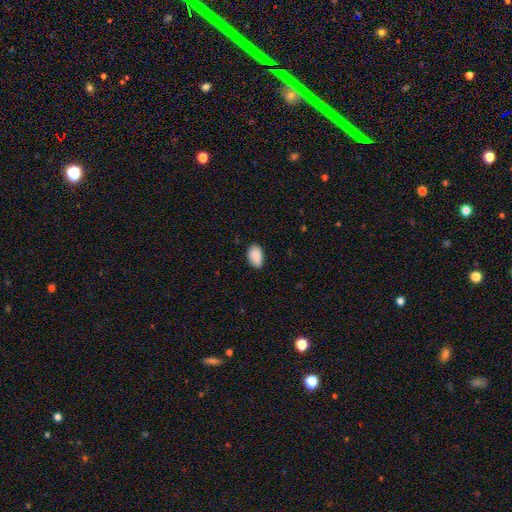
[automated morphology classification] This is clearly a smooth galaxy (89%). How rounded: clearly in between (90%). Merging: likely none (78%).